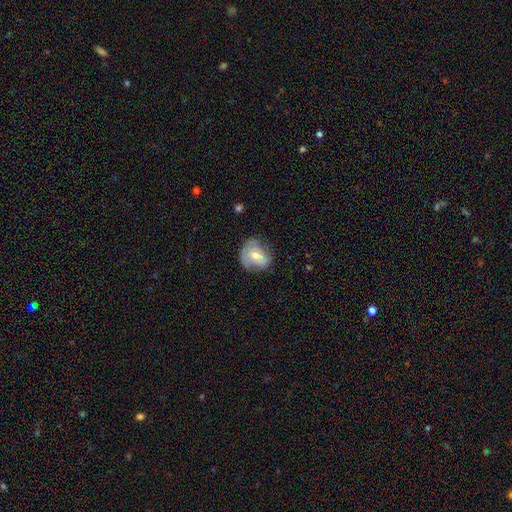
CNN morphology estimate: Smooth or featured? smooth (50%)
Merging? none (58%)